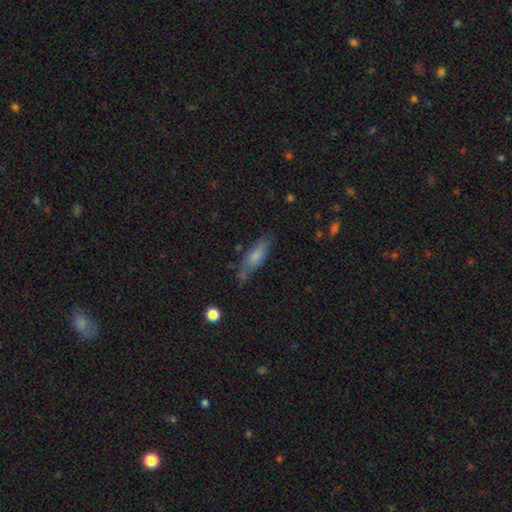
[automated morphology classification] type=smooth (72%); roundness=cigar-shaped (57%); merging=none (65%).